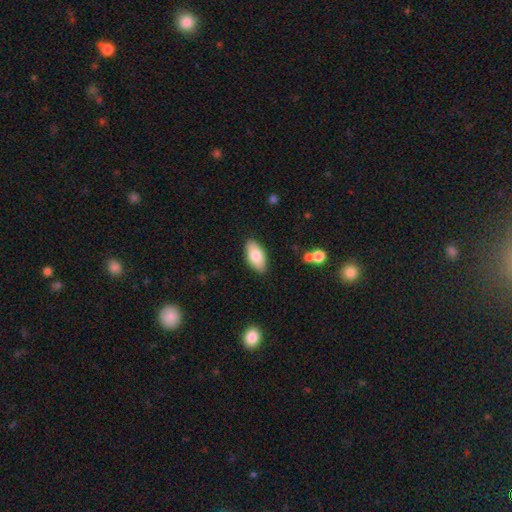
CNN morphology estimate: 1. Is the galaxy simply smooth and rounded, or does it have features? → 80% smooth, 14% featured or disk, 6% star or artifact.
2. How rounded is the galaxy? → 91% in between, 6% cigar-shaped, 2% round.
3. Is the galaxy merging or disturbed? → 88% none, 9% minor disturbance, 2% major disturbance, 1% merger.